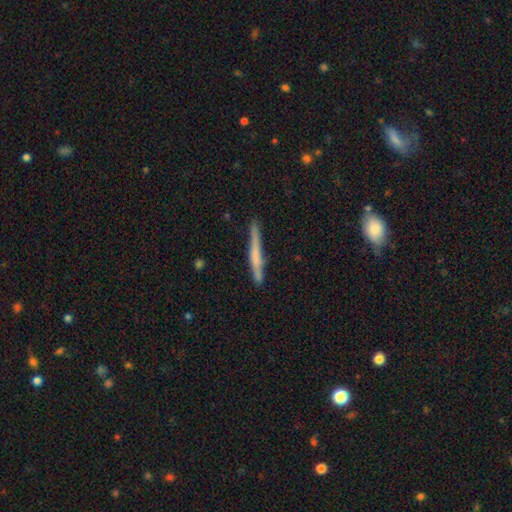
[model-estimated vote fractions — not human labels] A smooth galaxy with no disk features (47%).

Vote fractions:
- Smooth or featured? smooth: 47% / featured or disk: 46% / star or artifact: 7%
- Merging? none: 83% / minor disturbance: 12% / merger: 2% / major disturbance: 2%